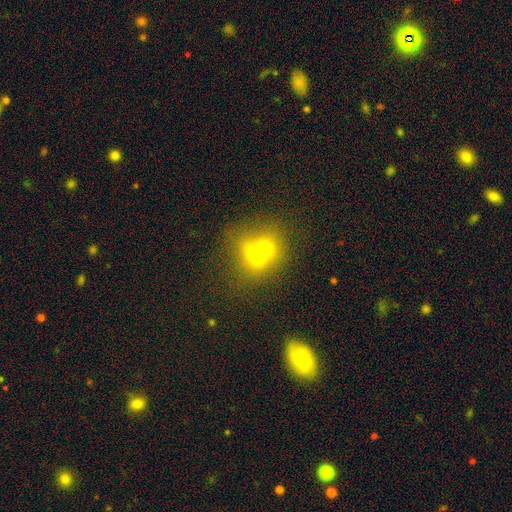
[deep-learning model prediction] The model was most divided on "merging": merger: 63%, none: 26%, minor disturbance: 7%, major disturbance: 4%. More confident: how rounded — round (68%); smooth or featured — smooth (62%).